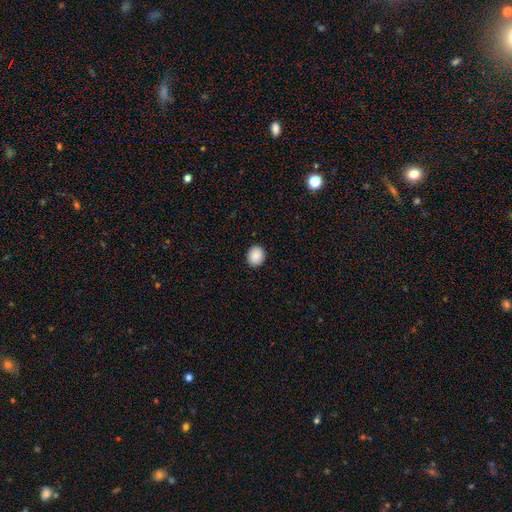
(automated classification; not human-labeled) Overall: smooth (90%). How rounded: round (62%; in between 37%). Merging: none (91%).